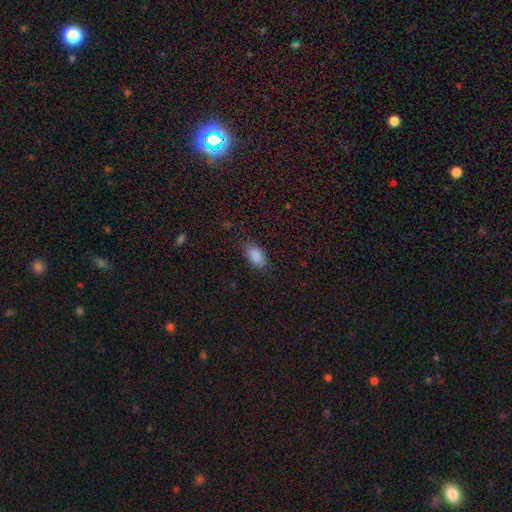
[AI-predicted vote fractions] This is clearly a smooth galaxy (88%). How rounded: clearly in between (93%). Merging: clearly none (80%).